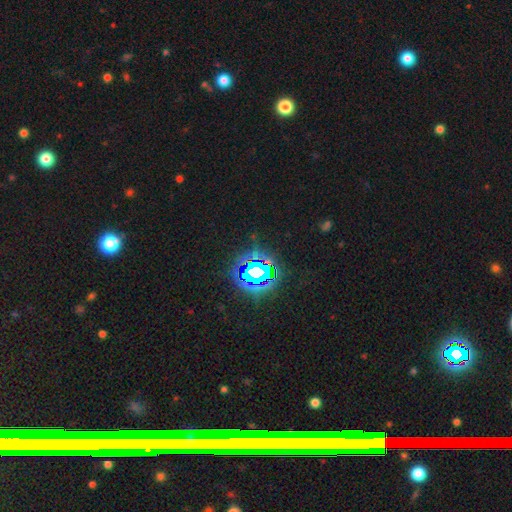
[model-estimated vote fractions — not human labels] Morphology: type=star or artifact (77%).